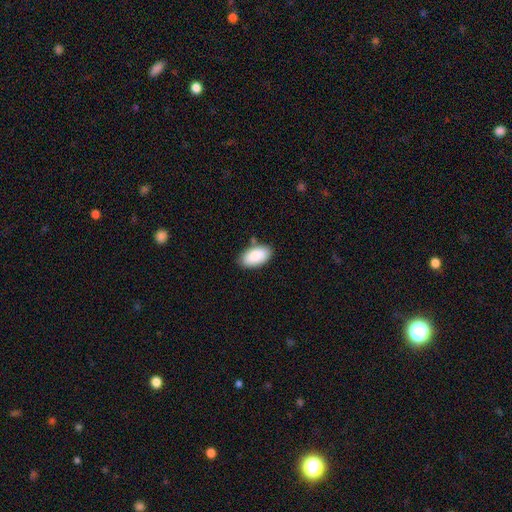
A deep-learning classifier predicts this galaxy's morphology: smooth 89%, star or artifact 6%, featured or disk 5%. Down the decision tree: how rounded — in between (95%); merging — none (80%).